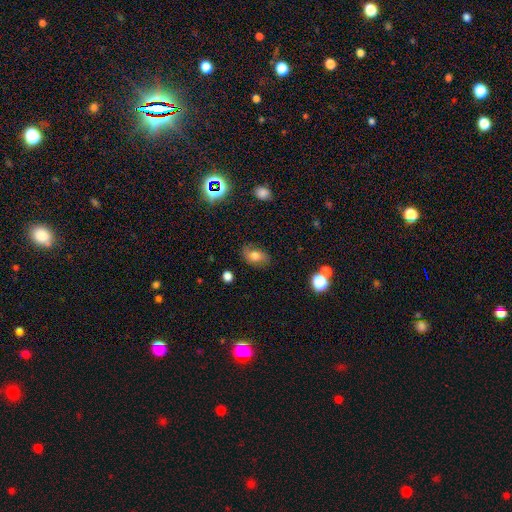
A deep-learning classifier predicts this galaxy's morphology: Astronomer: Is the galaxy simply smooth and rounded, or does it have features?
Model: smooth — 65%.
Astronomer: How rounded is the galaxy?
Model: in between — 83%.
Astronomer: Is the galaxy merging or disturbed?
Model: none — 72%.